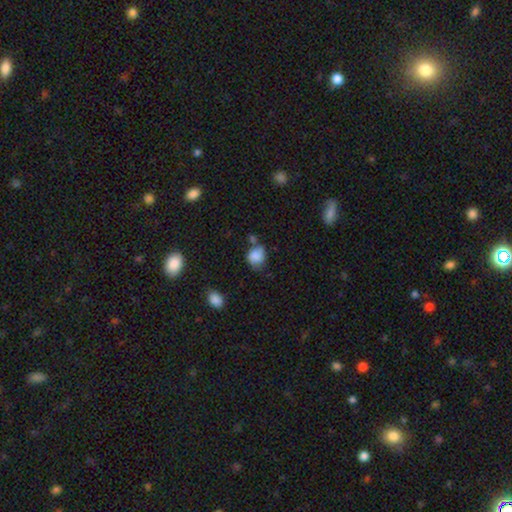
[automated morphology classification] type=smooth (82%); roundness=round (63%); merging=none (46%).